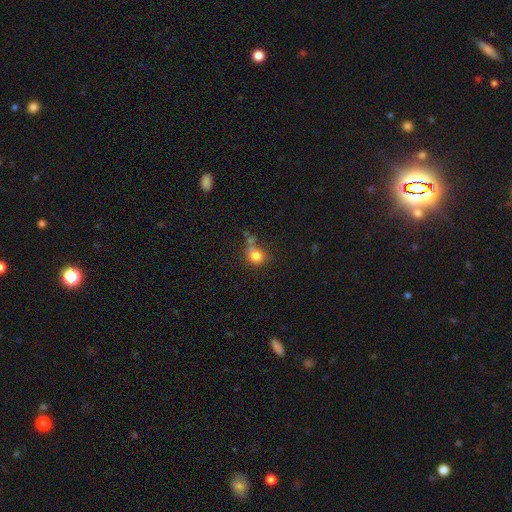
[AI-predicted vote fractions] smooth_or_featured: smooth (p=0.80) [alt: star or artifact p=0.11]
how_rounded: round (p=0.82) [alt: in between p=0.17]
merging: none (p=0.53) [alt: merger p=0.22]